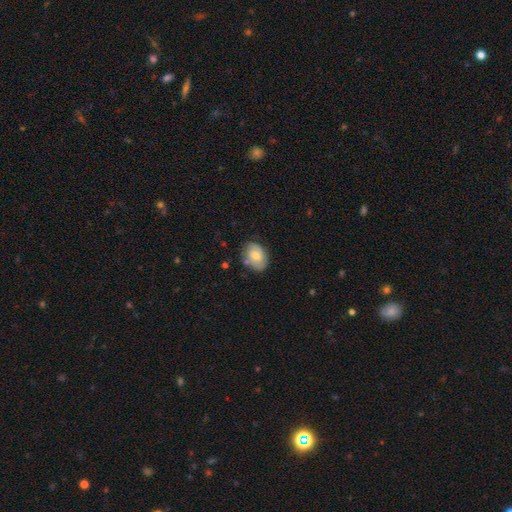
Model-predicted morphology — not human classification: smooth-or-featured: smooth: 61% | featured or disk: 32% | star or artifact: 7%
  how-rounded: in between: 73% | round: 26% | cigar-shaped: 1%
  merging: none: 72% | minor disturbance: 20% | major disturbance: 4% | merger: 4%